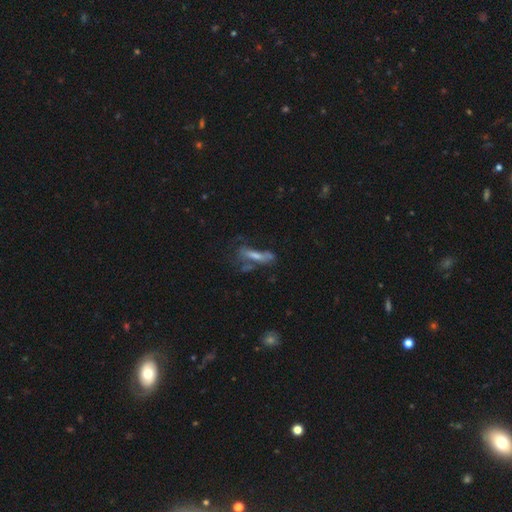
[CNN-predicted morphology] This is possibly a featured or disk galaxy (46%). Merging: marginally none (38%).